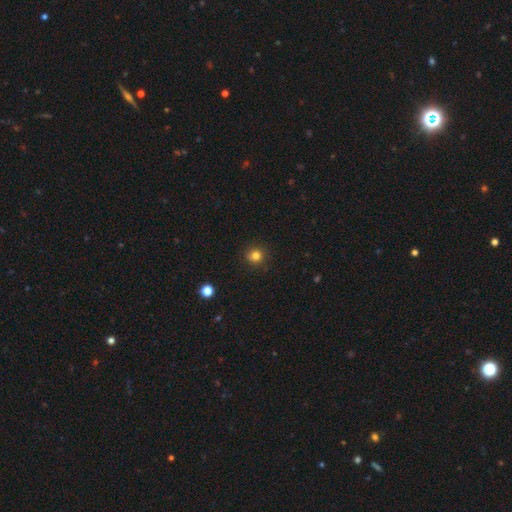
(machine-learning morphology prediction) Overall: smooth (82%). How rounded: round (91%). Merging: none (89%).